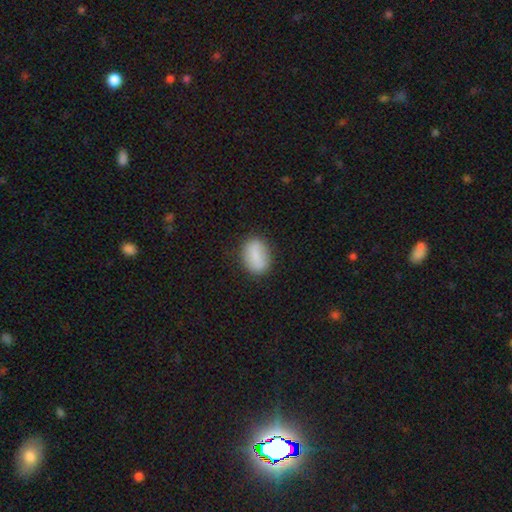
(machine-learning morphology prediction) smooth 80%, featured or disk 13%, star or artifact 7%. Down the decision tree: how rounded — in between (77%); merging — none (82%).